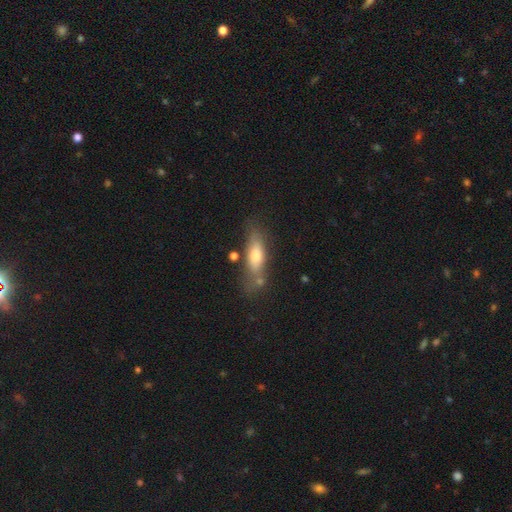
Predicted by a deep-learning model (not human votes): The model was most divided on "how rounded": in between: 59%, cigar-shaped: 38%, round: 4%. More confident: smooth or featured — smooth (65%); merging — none (65%).